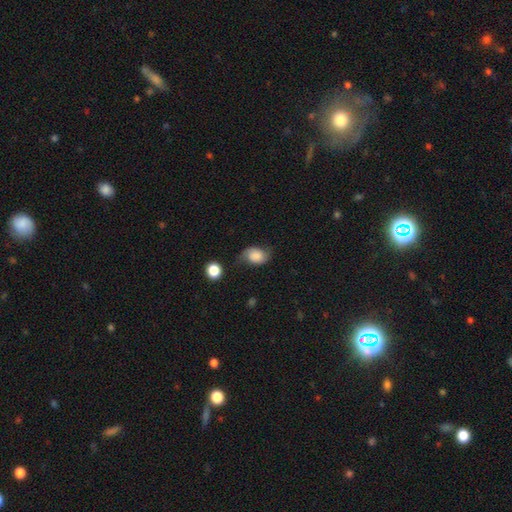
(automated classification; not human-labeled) smooth-or-featured: smooth: 63% | featured or disk: 27% | star or artifact: 10%
  how-rounded: in between: 64% | round: 34% | cigar-shaped: 1%
  merging: none: 54% | minor disturbance: 30% | major disturbance: 12% | merger: 4%